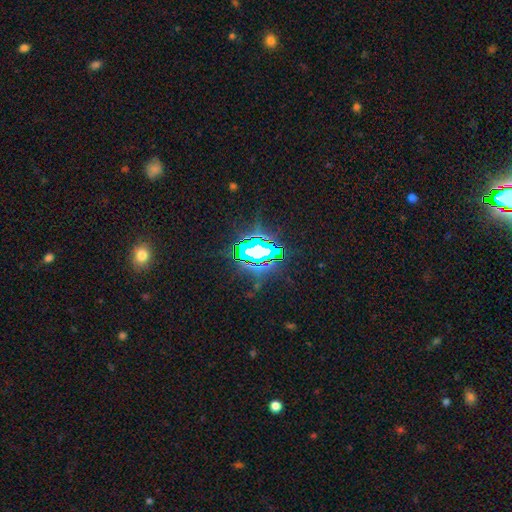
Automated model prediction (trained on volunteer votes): Smooth or featured?
  - star or artifact: 72% *
  - smooth: 14%
  - featured or disk: 14%